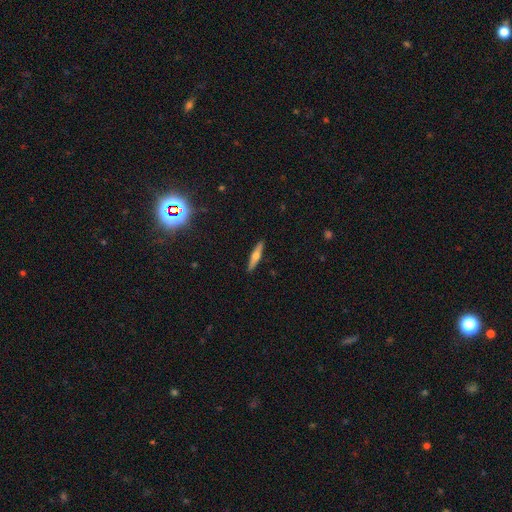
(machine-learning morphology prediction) This appears to be a featured or disk galaxy (53%) viewed edge-on (95%) with a rounded central bulge (91%). Merging: none (91%).